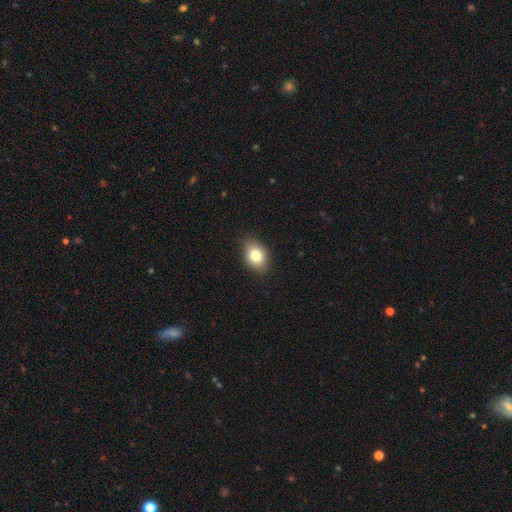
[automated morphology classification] smooth-or-featured: smooth: 79% | featured or disk: 11% | star or artifact: 9%
  how-rounded: in between: 72% | round: 26% | cigar-shaped: 1%
  merging: none: 85% | minor disturbance: 11% | major disturbance: 2% | merger: 1%